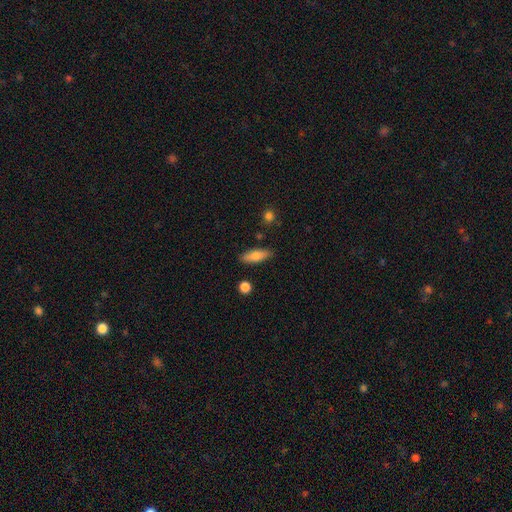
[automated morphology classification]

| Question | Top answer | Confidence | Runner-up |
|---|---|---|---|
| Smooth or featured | smooth | 74% | featured or disk (19%) |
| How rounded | in between | 62% | cigar-shaped (35%) |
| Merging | none | 85% | minor disturbance (11%) |